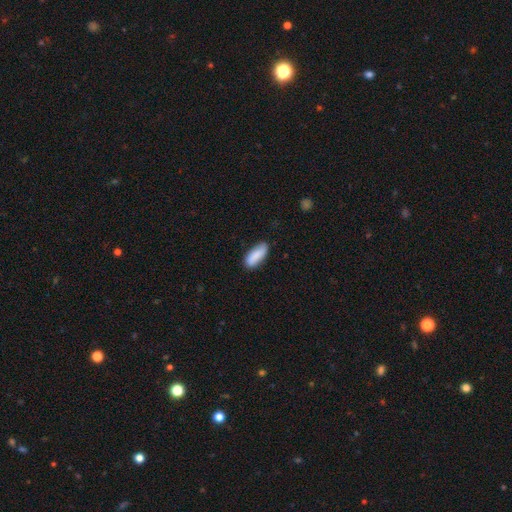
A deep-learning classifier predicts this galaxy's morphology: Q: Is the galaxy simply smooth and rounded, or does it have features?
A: smooth — 84%.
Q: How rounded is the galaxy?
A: in between — 74%.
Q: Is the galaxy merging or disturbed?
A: none — 81%.